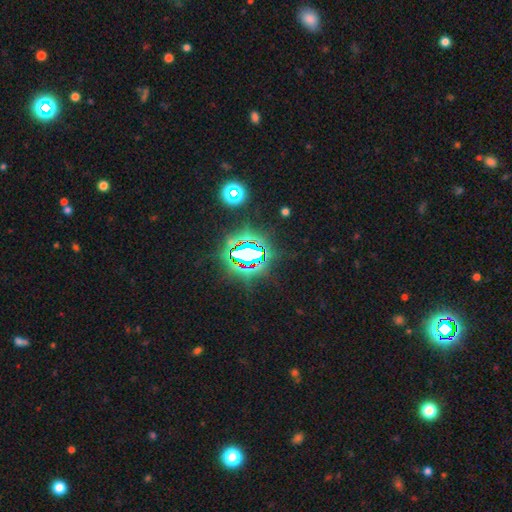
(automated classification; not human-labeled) Smooth or featured? Predicted: star or artifact (p=0.82).